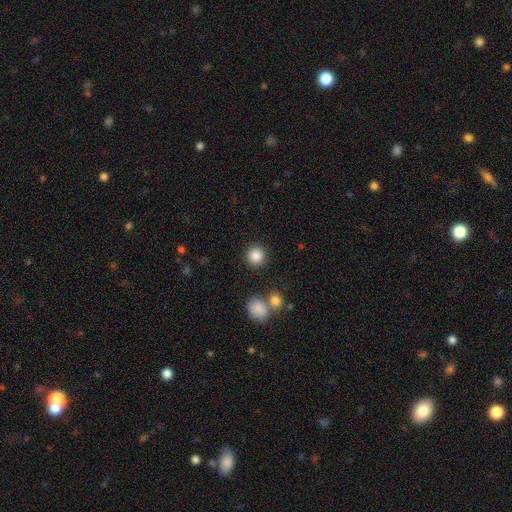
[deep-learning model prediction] Overall: smooth (86%). How rounded: round (94%). Merging: none (88%).